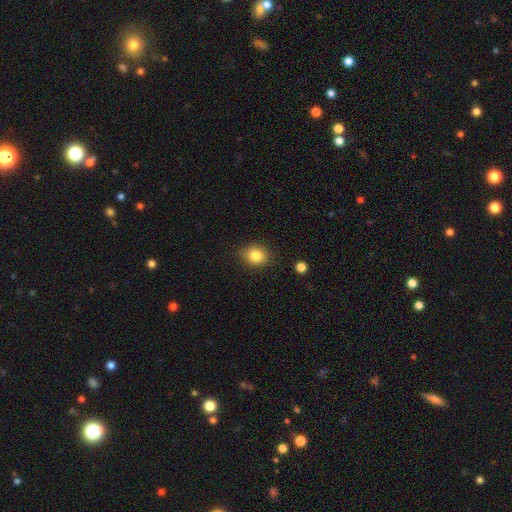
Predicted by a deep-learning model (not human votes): Q: Smooth or featured?
A: smooth (82%); runner-up: star or artifact (11%)
Q: How rounded?
A: round (67%); runner-up: in between (32%)
Q: Merging?
A: none (84%); runner-up: minor disturbance (12%)